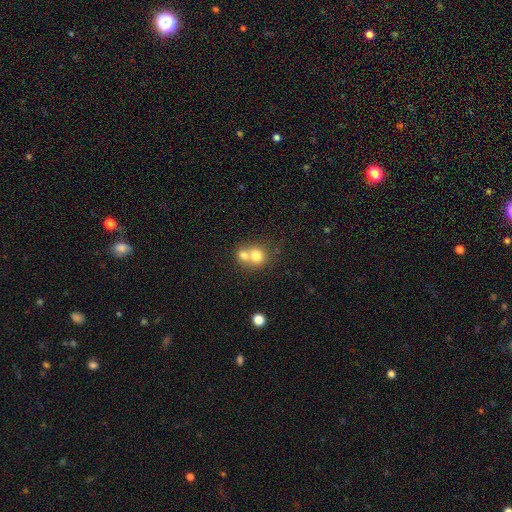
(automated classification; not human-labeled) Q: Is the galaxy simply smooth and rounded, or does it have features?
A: smooth — 73%.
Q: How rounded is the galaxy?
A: round — 77%.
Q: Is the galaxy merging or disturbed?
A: merger — 63%.